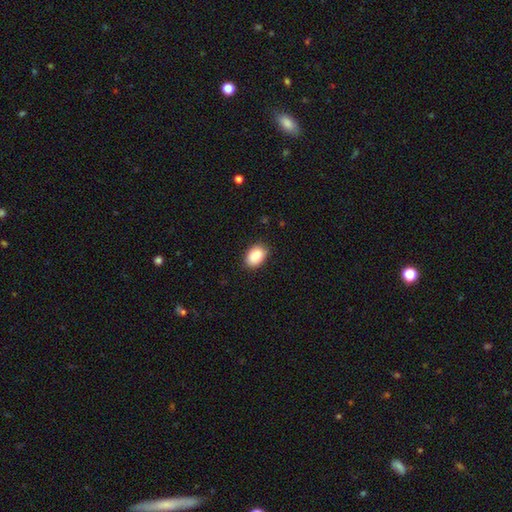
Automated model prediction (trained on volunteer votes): smooth_or_featured: smooth (p=0.88) [alt: star or artifact p=0.07]
how_rounded: in between (p=0.85) [alt: round p=0.14]
merging: none (p=0.86) [alt: minor disturbance p=0.11]